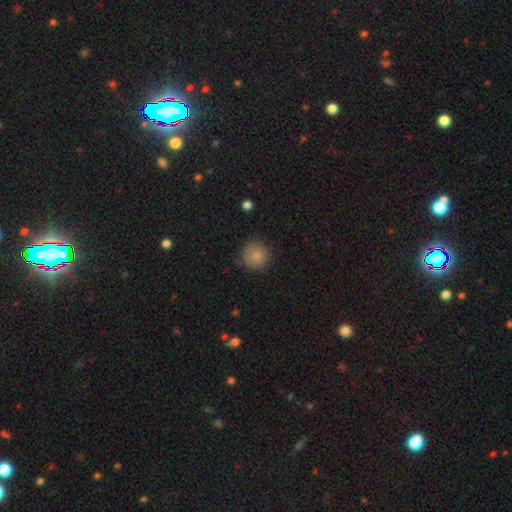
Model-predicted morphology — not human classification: This is clearly a smooth galaxy (82%). How rounded: clearly round (92%). Merging: clearly none (81%).